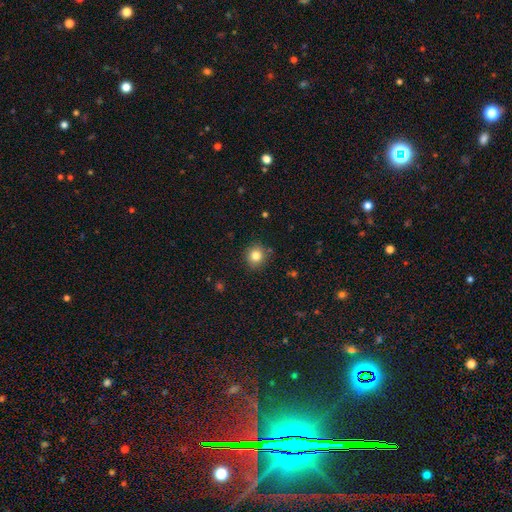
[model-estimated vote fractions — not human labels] Morphology: type=smooth (83%); roundness=round (88%); merging=none (87%).